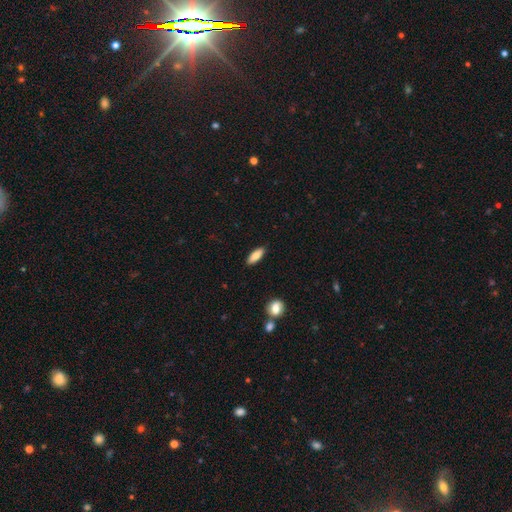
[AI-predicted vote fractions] Smooth or featured?
  - smooth: 83% *
  - featured or disk: 10%
  - star or artifact: 7%
How rounded?
  - in between: 67% *
  - cigar-shaped: 31%
  - round: 2%
Merging?
  - none: 89% *
  - minor disturbance: 8%
  - major disturbance: 2%
  - merger: 1%